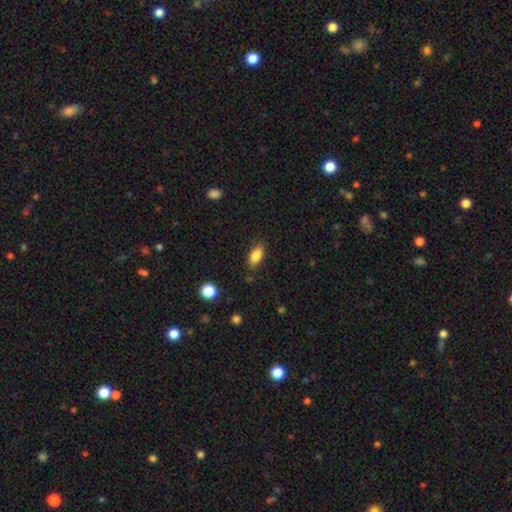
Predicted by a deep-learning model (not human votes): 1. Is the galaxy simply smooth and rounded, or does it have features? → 81% smooth, 11% featured or disk, 8% star or artifact.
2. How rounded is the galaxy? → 85% in between, 10% cigar-shaped, 5% round.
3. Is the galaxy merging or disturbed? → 82% none, 13% minor disturbance, 3% major disturbance, 2% merger.